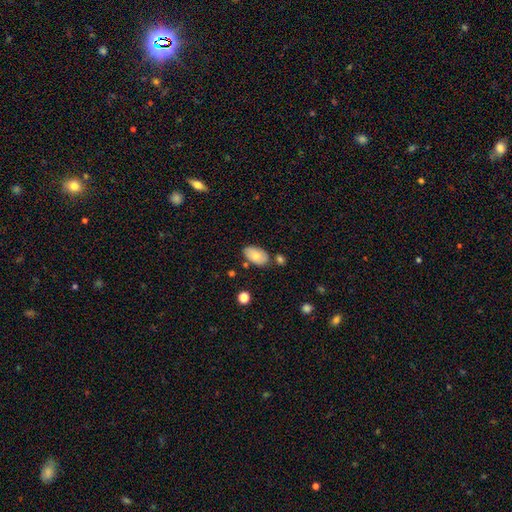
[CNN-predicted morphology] Smooth or featured? Predicted: smooth (p=0.76). How rounded? Predicted: in between (p=0.94). Merging? Predicted: none (p=0.74).